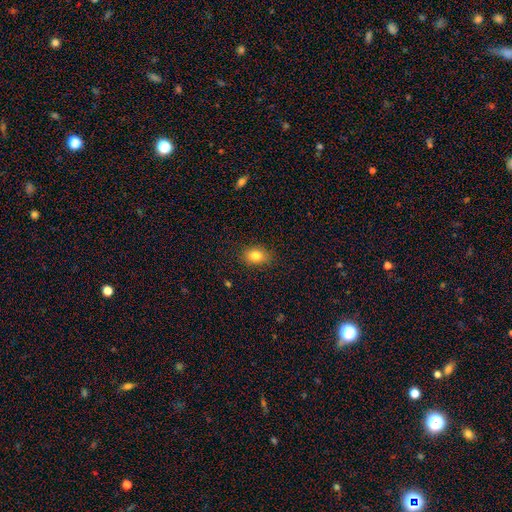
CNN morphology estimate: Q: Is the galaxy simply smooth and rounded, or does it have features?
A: smooth — 82%.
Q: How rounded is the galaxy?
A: in between — 73%.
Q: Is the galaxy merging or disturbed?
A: none — 85%.